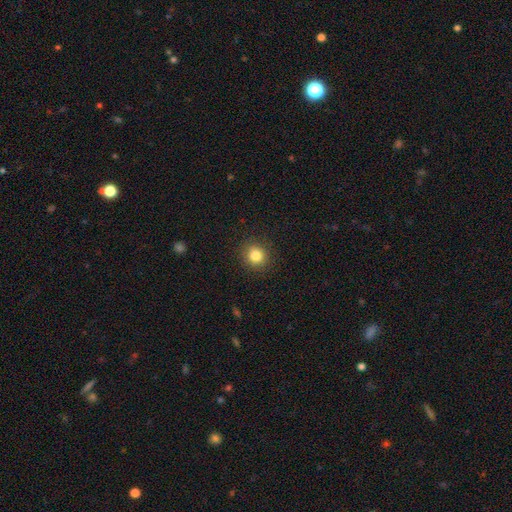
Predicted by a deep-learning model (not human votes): Smooth or featured? smooth (83%)
How rounded? round (86%)
Merging? none (89%)